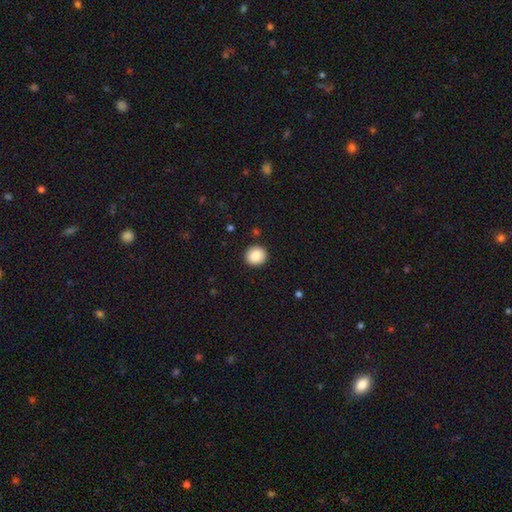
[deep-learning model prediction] Smooth or featured? Predicted: smooth (p=0.88). How rounded? Predicted: round (p=0.88). Merging? Predicted: none (p=0.92).